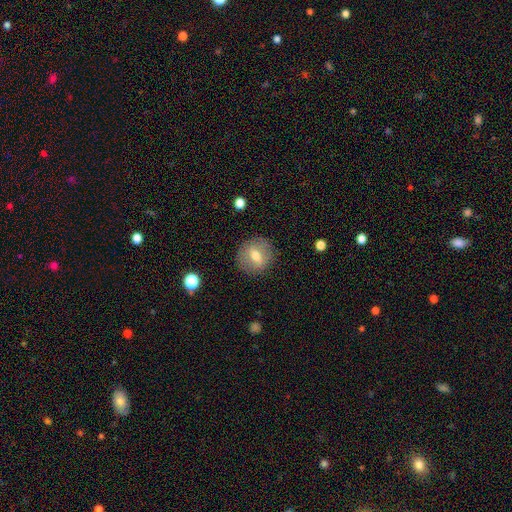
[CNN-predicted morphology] Smooth or featured? Predicted: smooth (p=0.54). How rounded? Predicted: round (p=0.83). Merging? Predicted: none (p=0.84).